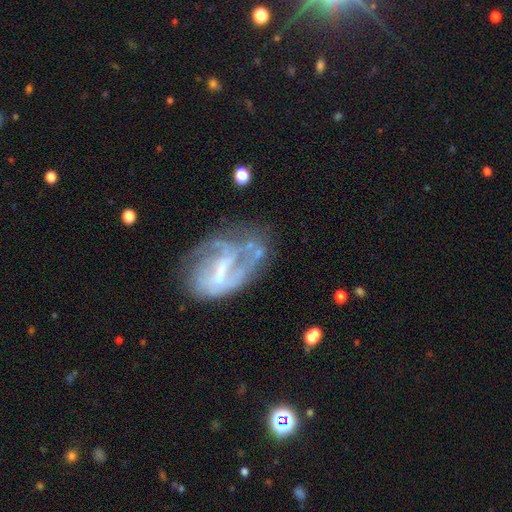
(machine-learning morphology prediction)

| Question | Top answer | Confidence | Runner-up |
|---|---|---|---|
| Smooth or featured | featured or disk | 70% | smooth (21%) |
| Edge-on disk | no | 96% | yes (4%) |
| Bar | weak | 39% | no (30%) |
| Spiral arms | yes | 55% | no (45%) |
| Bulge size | none | 44% | small (28%) |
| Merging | none | 39% | major disturbance (30%) |